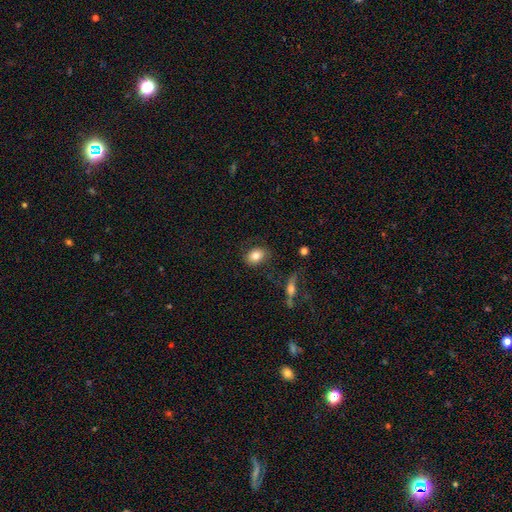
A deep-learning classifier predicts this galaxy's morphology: Smooth or featured?
  - smooth: 79% *
  - featured or disk: 13%
  - star or artifact: 8%
How rounded?
  - in between: 75% *
  - round: 24%
  - cigar-shaped: 2%
Merging?
  - none: 81% *
  - minor disturbance: 13%
  - major disturbance: 4%
  - merger: 3%